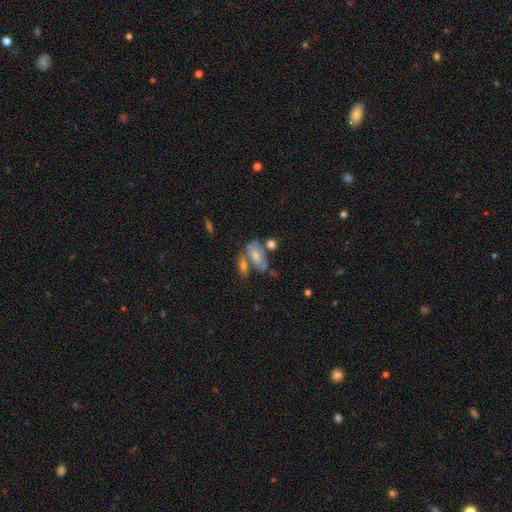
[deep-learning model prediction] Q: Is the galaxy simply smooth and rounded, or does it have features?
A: smooth — 61%.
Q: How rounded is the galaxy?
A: in between — 86%.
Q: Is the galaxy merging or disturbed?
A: none — 36%.